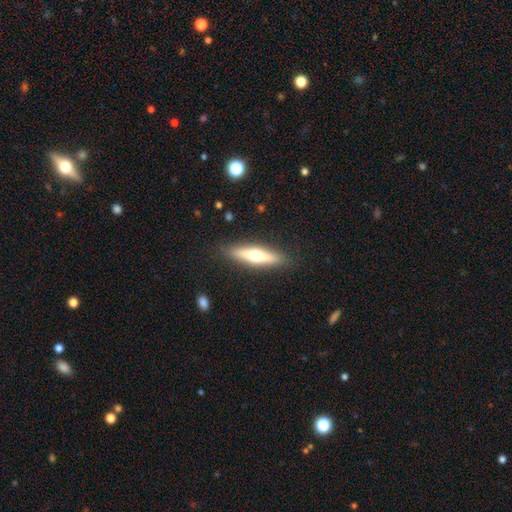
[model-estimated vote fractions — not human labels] The model was most divided on "smooth or featured": featured or disk: 48%, smooth: 46%, star or artifact: 6%. More confident: merging — none (87%).